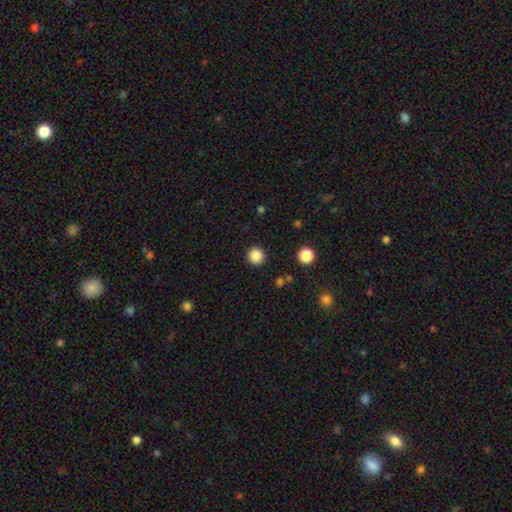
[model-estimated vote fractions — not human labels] This is clearly a smooth galaxy (86%). How rounded: clearly round (95%). Merging: clearly none (92%).